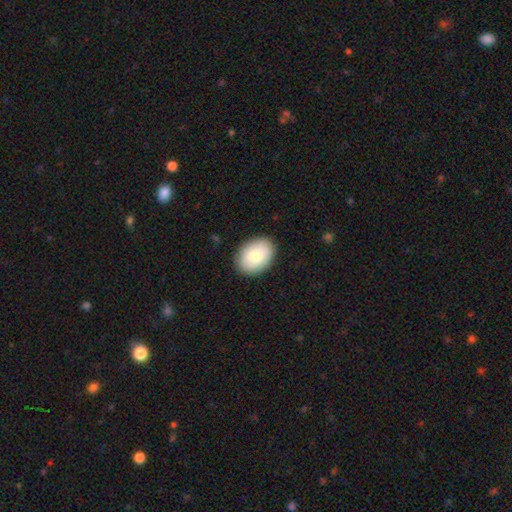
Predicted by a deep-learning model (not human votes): The model was most divided on "how rounded": in between: 80%, round: 19%, cigar-shaped: 1%. More confident: merging — none (88%); smooth or featured — smooth (83%).